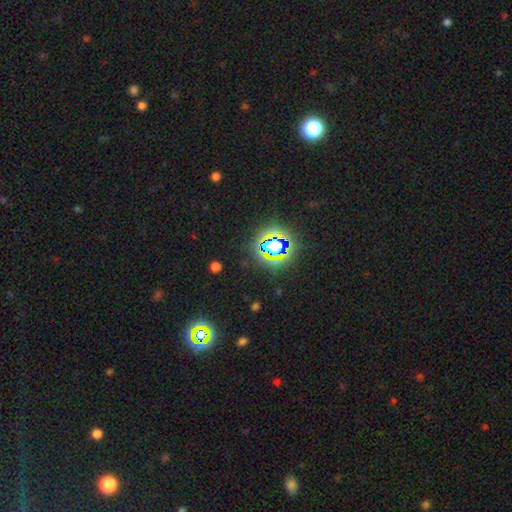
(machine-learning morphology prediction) smooth-or-featured: star or artifact: 80% | smooth: 13% | featured or disk: 7%